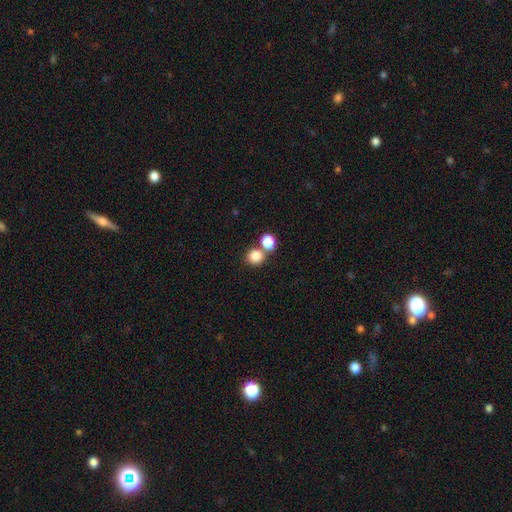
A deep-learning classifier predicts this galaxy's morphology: A smooth galaxy with no disk features (83%) that is round (81%).

Vote fractions:
- Smooth or featured? smooth: 83% / star or artifact: 11% / featured or disk: 6%
- How rounded? round: 81% / in between: 18% / cigar-shaped: 1%
- Merging? none: 54% / merger: 36% / minor disturbance: 7% / major disturbance: 3%